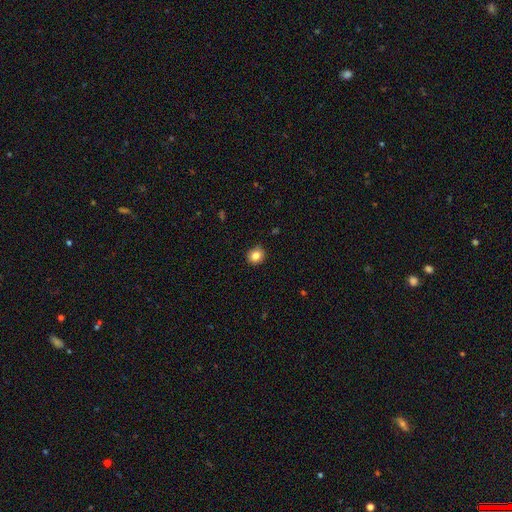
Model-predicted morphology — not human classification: Q: Smooth or featured?
A: smooth (84%); runner-up: star or artifact (10%)
Q: How rounded?
A: round (81%); runner-up: in between (18%)
Q: Merging?
A: none (88%); runner-up: minor disturbance (10%)